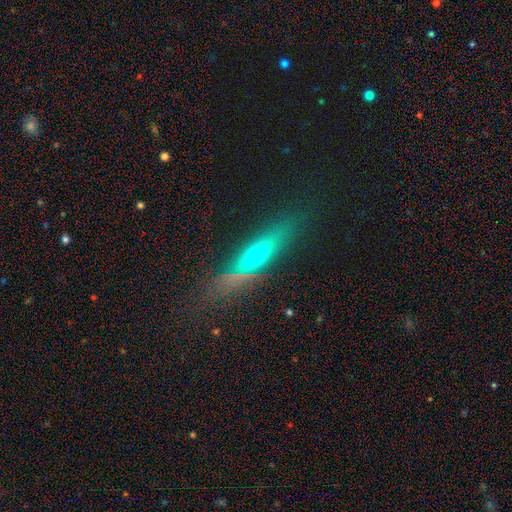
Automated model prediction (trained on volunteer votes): Smooth or featured: smooth — 49% (featured or disk — 37%)
Merging: none — 82% (minor disturbance — 11%)